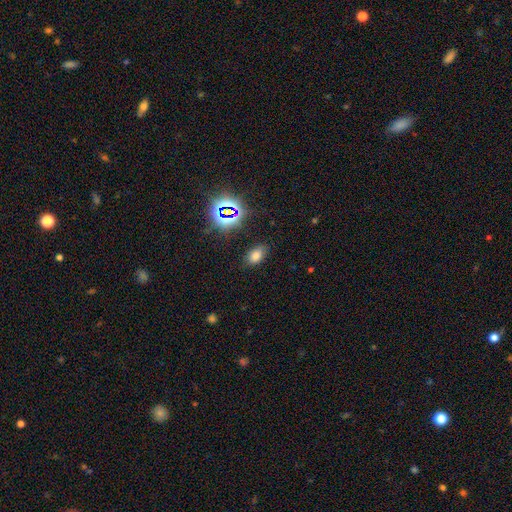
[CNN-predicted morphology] Q: Smooth or featured?
A: smooth (69%); runner-up: star or artifact (23%)
Q: How rounded?
A: in between (87%); runner-up: round (11%)
Q: Merging?
A: none (81%); runner-up: minor disturbance (13%)